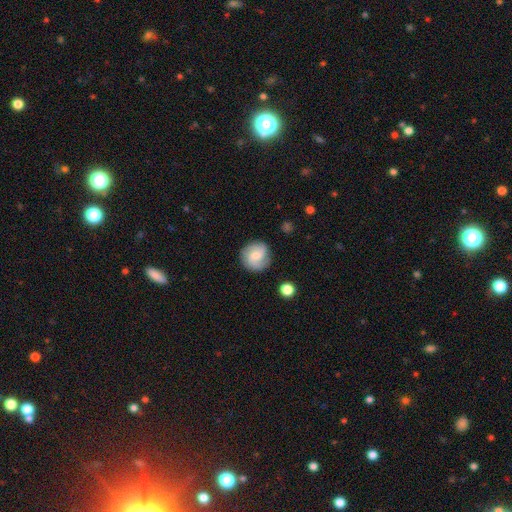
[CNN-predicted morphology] Smooth or featured? Predicted: smooth (p=0.48). Merging? Predicted: none (p=0.80).